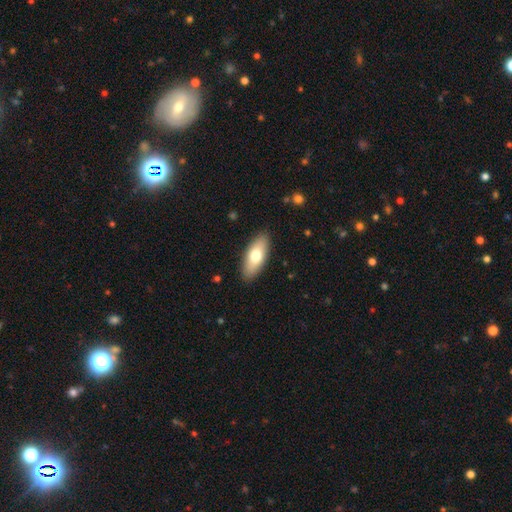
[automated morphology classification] Smooth or featured? Predicted: smooth (p=0.71). How rounded? Predicted: in between (p=0.79). Merging? Predicted: none (p=0.89).